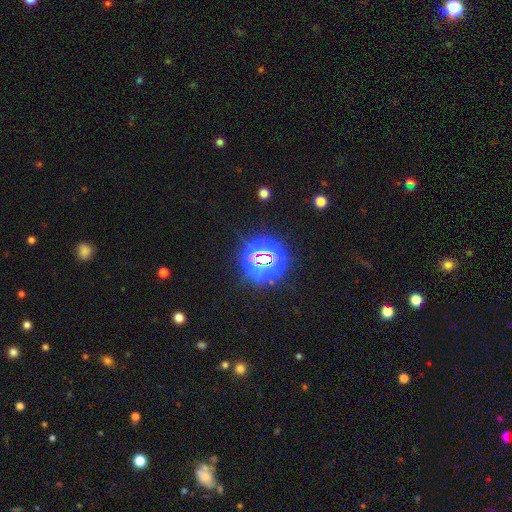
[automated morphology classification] star or artifact 78%, smooth 13%, featured or disk 9%.